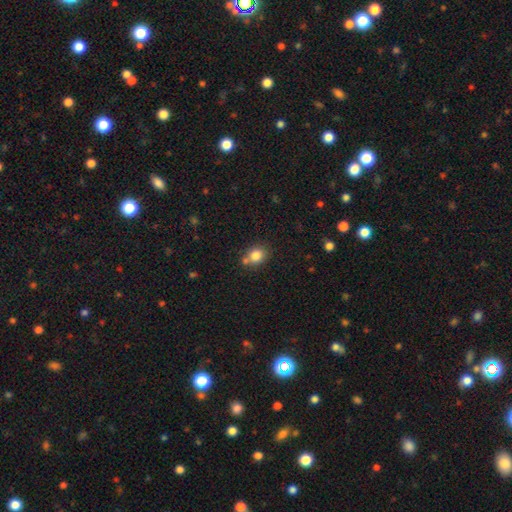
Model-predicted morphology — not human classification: This is clearly a smooth galaxy (82%). How rounded: likely round (65%). Merging: likely none (64%).